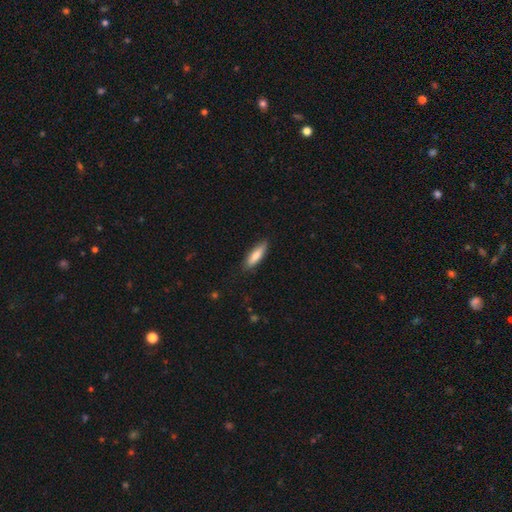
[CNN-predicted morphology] Smooth or featured?
  - smooth: 81% *
  - featured or disk: 13%
  - star or artifact: 5%
How rounded?
  - cigar-shaped: 61% *
  - in between: 37%
  - round: 1%
Merging?
  - none: 84% *
  - minor disturbance: 13%
  - major disturbance: 2%
  - merger: 1%